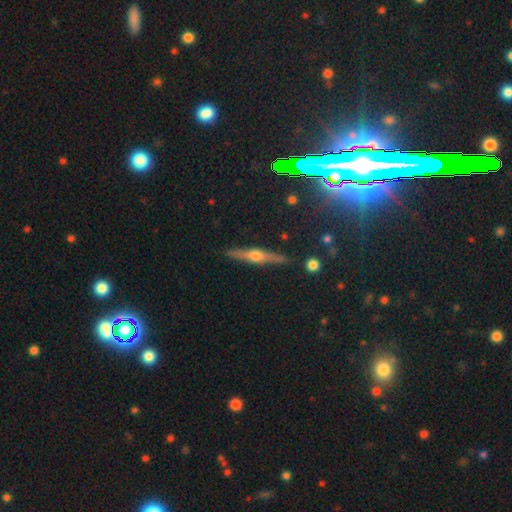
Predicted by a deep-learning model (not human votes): smooth-or-featured: featured or disk: 74% | smooth: 20% | star or artifact: 7%
  disk-edge-on: yes: 97% | no: 3%
    edge-on-bulge: rounded: 92% | boxy: 4% | none: 3%
  merging: none: 89% | minor disturbance: 8% | major disturbance: 2% | merger: 1%